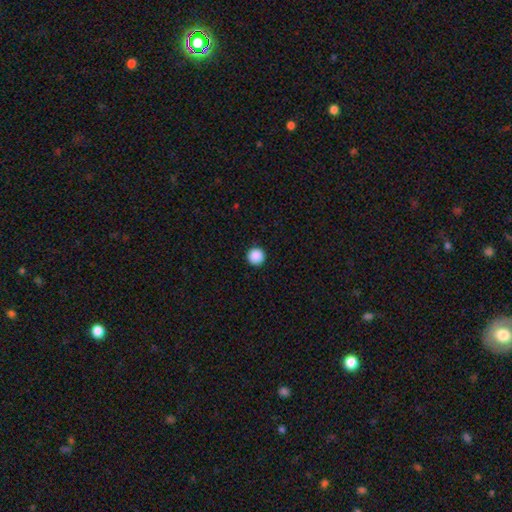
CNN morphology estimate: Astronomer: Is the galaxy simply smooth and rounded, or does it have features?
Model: smooth — 89%.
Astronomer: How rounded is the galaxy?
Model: round — 97%.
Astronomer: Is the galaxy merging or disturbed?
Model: none — 94%.